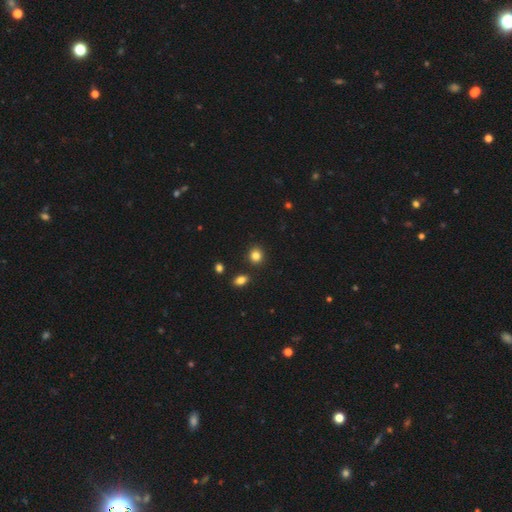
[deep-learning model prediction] A smooth galaxy with no disk features (84%) that is round (81%). Merging: none (87%).